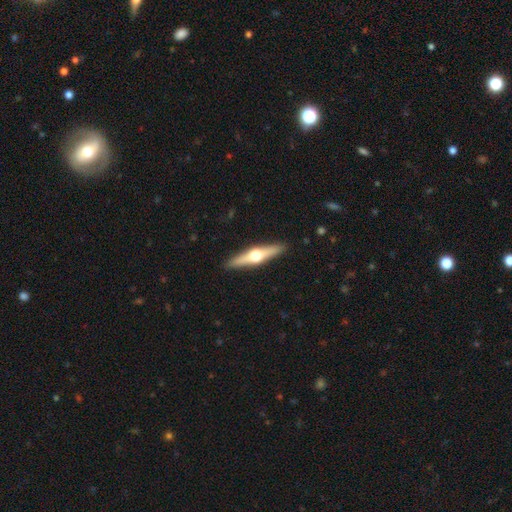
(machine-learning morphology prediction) smooth-or-featured: featured or disk: 69% | smooth: 26% | star or artifact: 5%
  disk-edge-on: yes: 97% | no: 3%
    edge-on-bulge: rounded: 96% | boxy: 2% | none: 2%
  merging: none: 91% | minor disturbance: 6% | major disturbance: 1% | merger: 1%